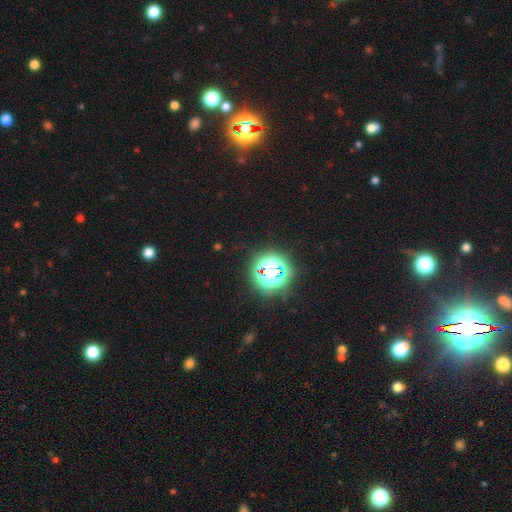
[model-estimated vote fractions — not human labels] The model was most divided on "smooth or featured": star or artifact: 81%, smooth: 13%, featured or disk: 6%.